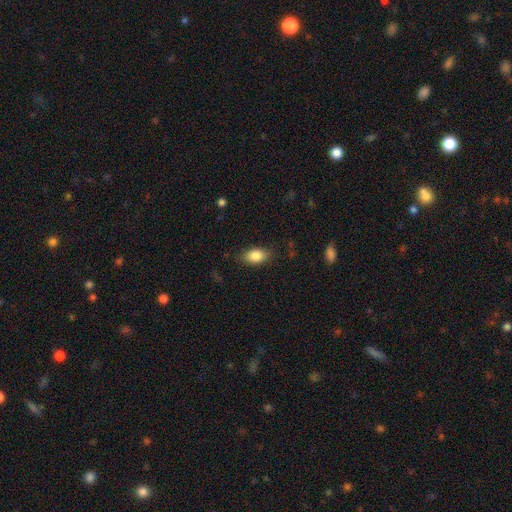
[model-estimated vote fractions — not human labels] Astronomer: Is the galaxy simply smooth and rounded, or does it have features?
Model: smooth — 85%.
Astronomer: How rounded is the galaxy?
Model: in between — 88%.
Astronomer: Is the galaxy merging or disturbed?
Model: none — 82%.